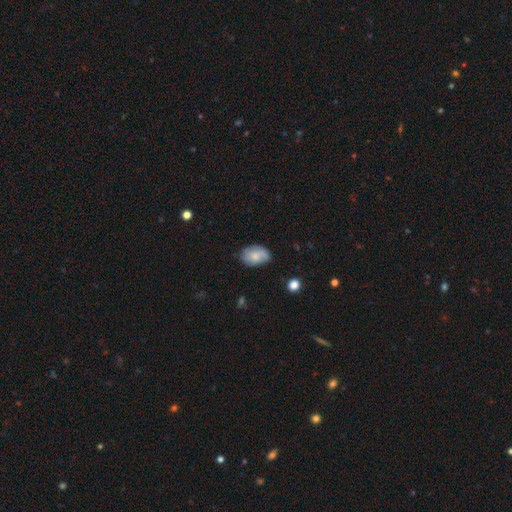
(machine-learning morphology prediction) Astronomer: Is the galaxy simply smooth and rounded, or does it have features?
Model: smooth — 68%.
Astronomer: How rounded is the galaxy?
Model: in between — 87%.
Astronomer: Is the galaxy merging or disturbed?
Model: none — 65%.